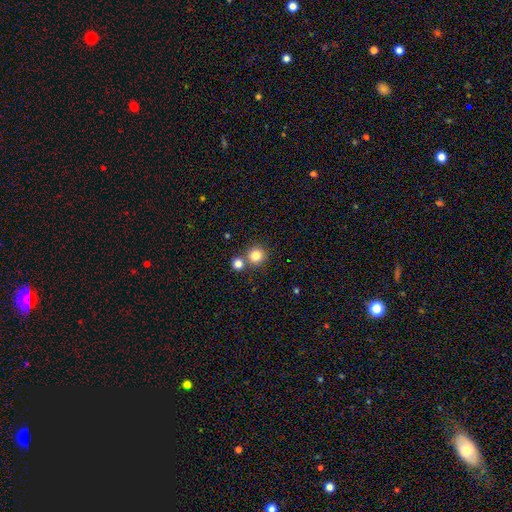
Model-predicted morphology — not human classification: Smooth or featured? Predicted: smooth (p=0.82). How rounded? Predicted: round (p=0.92). Merging? Predicted: none (p=0.67).